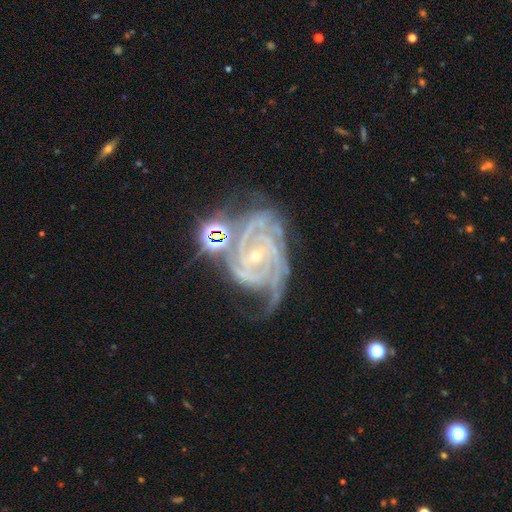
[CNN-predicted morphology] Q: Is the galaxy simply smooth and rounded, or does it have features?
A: featured or disk — 91%.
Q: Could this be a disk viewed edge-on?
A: no — 98%.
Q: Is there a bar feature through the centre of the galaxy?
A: no — 59%.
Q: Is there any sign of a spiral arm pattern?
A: yes — 99%.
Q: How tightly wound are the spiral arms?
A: tight — 73%.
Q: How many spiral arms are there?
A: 3 — 31%.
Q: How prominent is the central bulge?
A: small — 81%.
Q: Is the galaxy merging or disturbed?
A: none — 48%.